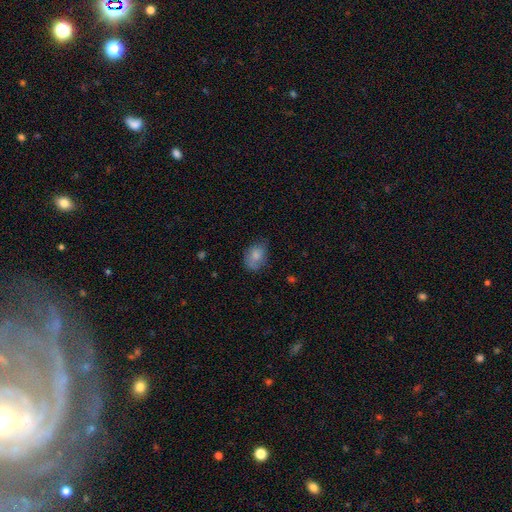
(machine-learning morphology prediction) smooth 80%, featured or disk 12%, star or artifact 8%. Down the decision tree: how rounded — in between (71%); merging — none (59%).